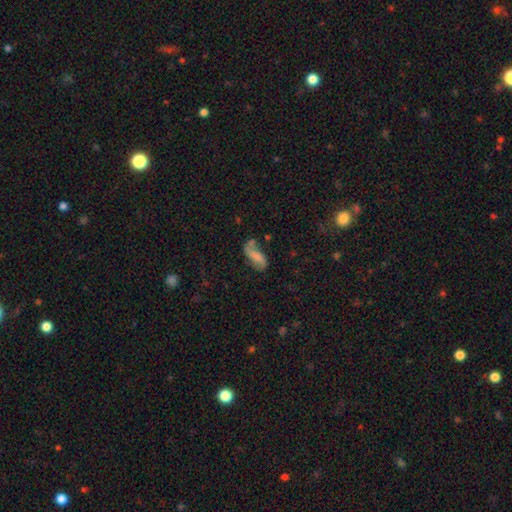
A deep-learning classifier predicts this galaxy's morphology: smooth-or-featured: smooth: 50% | featured or disk: 40% | star or artifact: 10%
  merging: none: 48% | minor disturbance: 26% | major disturbance: 16% | merger: 10%